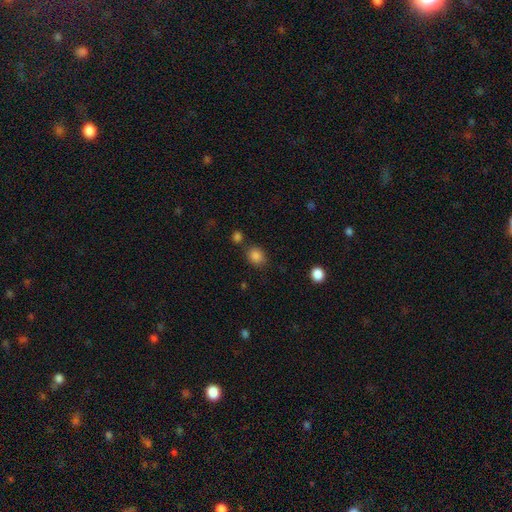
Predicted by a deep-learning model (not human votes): smooth-or-featured: smooth: 84% | star or artifact: 11% | featured or disk: 4%
  how-rounded: round: 55% | in between: 44% | cigar-shaped: 1%
  merging: none: 75% | minor disturbance: 13% | merger: 9% | major disturbance: 4%